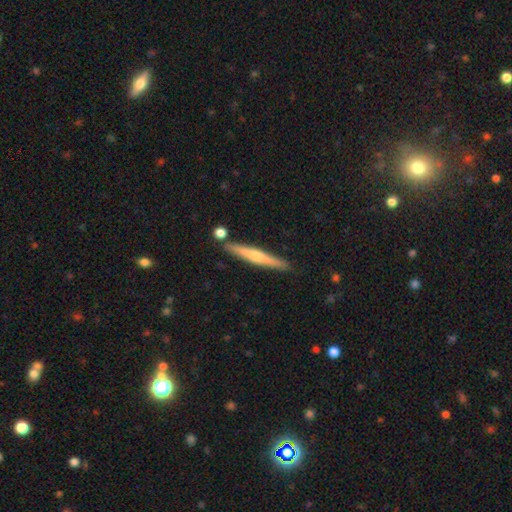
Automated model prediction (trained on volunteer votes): smooth_or_featured: featured or disk (p=0.56) [alt: smooth p=0.38]
disk_edge_on: yes (p=0.96) [alt: no p=0.04]
edge_on_bulge: rounded (p=0.77) [alt: none p=0.18]
merging: none (p=0.86) [alt: minor disturbance p=0.08]